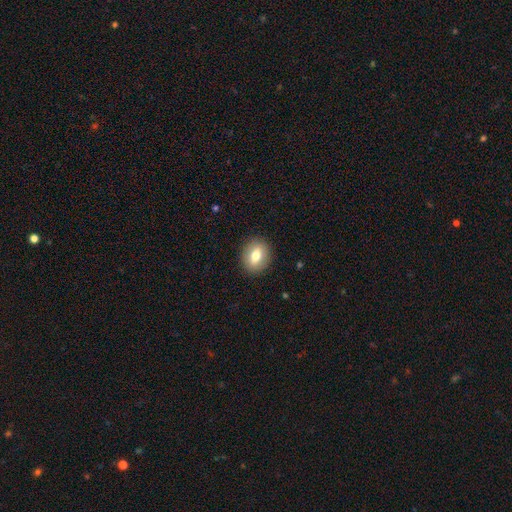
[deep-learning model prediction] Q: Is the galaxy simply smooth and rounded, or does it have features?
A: smooth — 74%.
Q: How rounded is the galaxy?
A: in between — 53%.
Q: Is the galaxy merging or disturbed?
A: none — 89%.